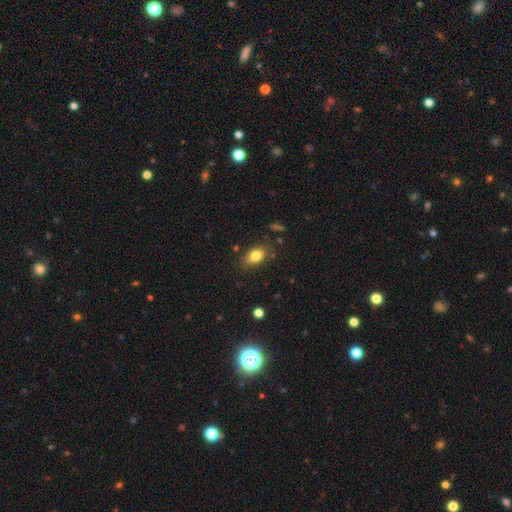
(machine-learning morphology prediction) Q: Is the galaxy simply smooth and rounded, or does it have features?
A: smooth — 81%.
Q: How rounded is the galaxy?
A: in between — 84%.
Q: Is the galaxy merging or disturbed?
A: none — 80%.